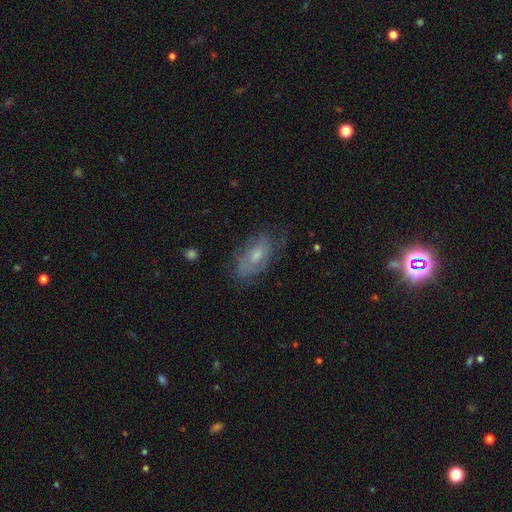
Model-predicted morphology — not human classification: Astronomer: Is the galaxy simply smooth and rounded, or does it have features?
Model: featured or disk — 49% (runner-up: smooth, 42%).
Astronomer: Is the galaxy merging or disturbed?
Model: none — 63%.